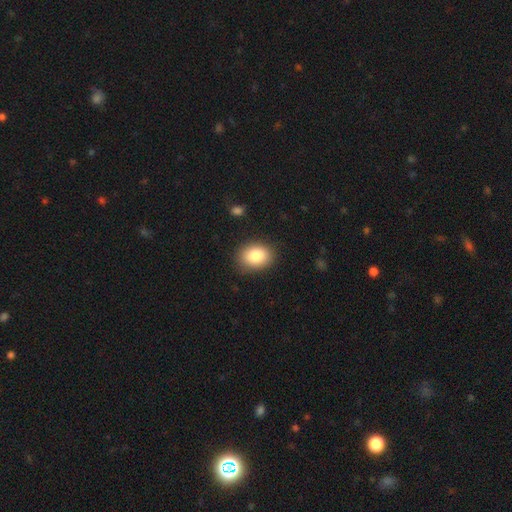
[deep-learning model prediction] smooth 85%, star or artifact 8%, featured or disk 7%. Down the decision tree: how rounded — in between (69%); merging — none (87%).